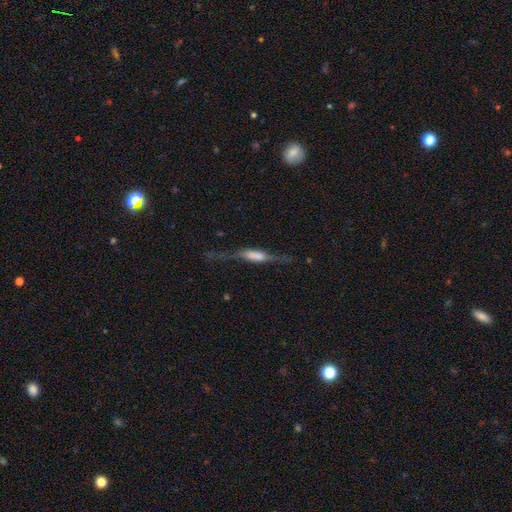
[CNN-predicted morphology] This appears to be a featured or disk galaxy (64%) viewed edge-on (87%) with a boxy central bulge (53%). Merging: none (55%).